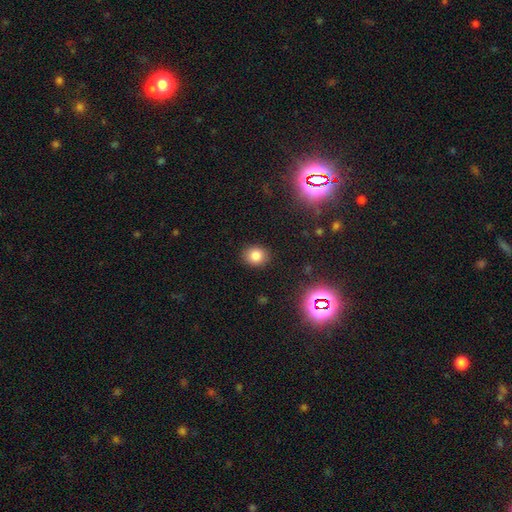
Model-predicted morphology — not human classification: Overall: smooth (80%). How rounded: round (69%; in between 30%). Merging: none (90%).